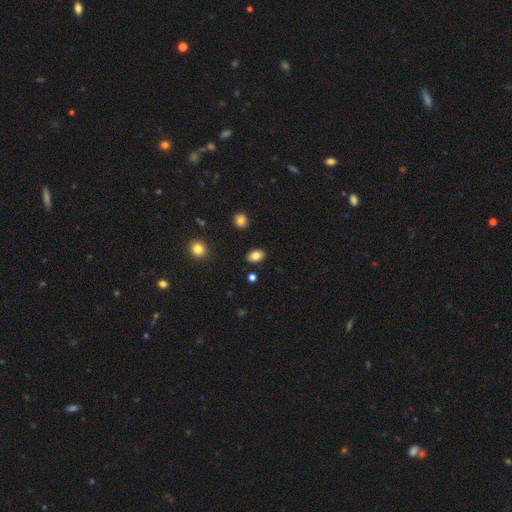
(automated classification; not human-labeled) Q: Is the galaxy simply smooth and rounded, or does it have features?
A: smooth — 83%.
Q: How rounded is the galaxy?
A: in between — 83%.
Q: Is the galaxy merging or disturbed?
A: none — 87%.